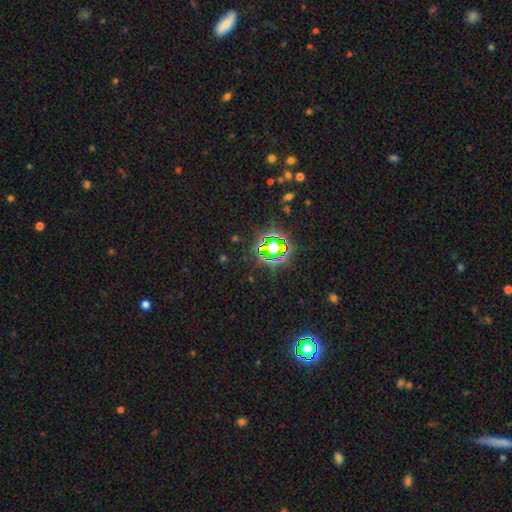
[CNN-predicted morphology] Smooth or featured? star or artifact (81%)